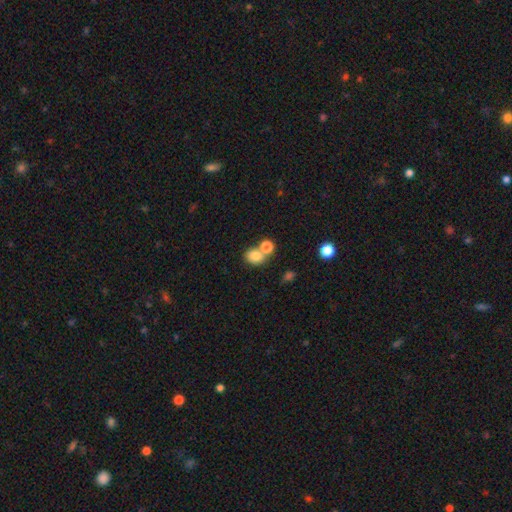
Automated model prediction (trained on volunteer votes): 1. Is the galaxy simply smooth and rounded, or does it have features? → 80% smooth, 12% star or artifact, 8% featured or disk.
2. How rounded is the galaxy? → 58% round, 41% in between, 1% cigar-shaped.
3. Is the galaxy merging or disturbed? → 48% none, 38% merger, 9% minor disturbance, 4% major disturbance.